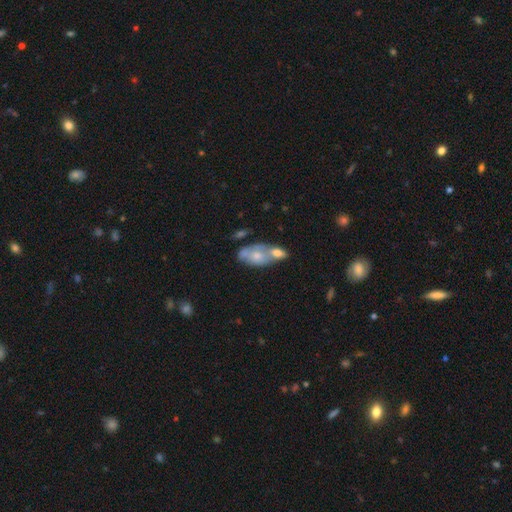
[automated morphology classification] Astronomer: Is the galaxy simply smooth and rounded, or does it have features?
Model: smooth — 56% (runner-up: featured or disk, 37%).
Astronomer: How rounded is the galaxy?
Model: in between — 90%.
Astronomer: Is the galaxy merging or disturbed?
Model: merger — 56%.